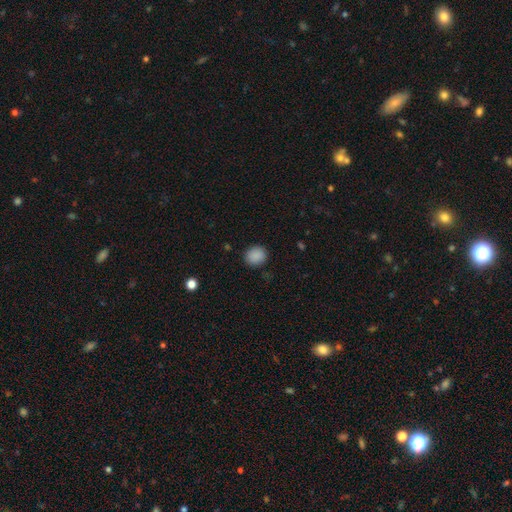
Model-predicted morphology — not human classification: Overall: smooth (88%). How rounded: round (78%). Merging: none (88%).